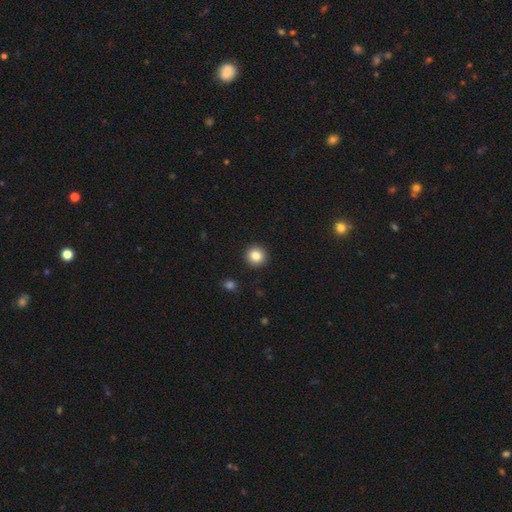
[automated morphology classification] A smooth galaxy with no disk features (84%) that is round (94%). Merging: none (93%).